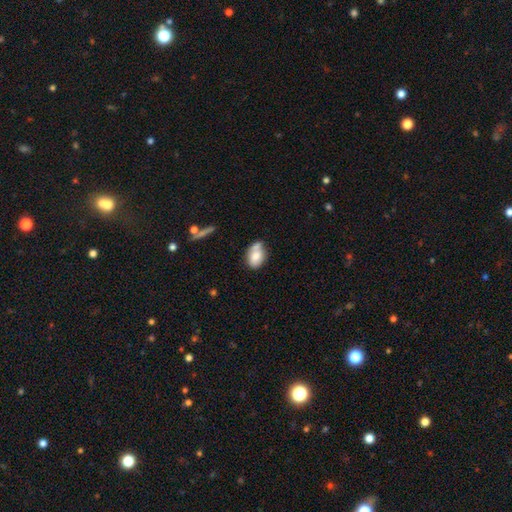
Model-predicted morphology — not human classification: A smooth galaxy with no disk features (71%) that is in between round and cigar-shaped (81%).

Vote fractions:
- Smooth or featured? smooth: 71% / featured or disk: 21% / star or artifact: 8%
- How rounded? in between: 81% / round: 17% / cigar-shaped: 2%
- Merging? none: 41% / merger: 27% / minor disturbance: 24% / major disturbance: 7%